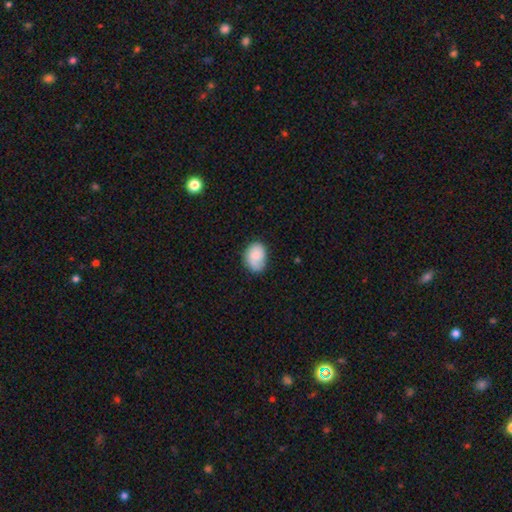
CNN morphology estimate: A smooth galaxy with no disk features (83%) that is in between round and cigar-shaped (75%).

Vote fractions:
- Smooth or featured? smooth: 83% / featured or disk: 10% / star or artifact: 7%
- How rounded? in between: 75% / round: 24% / cigar-shaped: 1%
- Merging? none: 60% / minor disturbance: 31% / major disturbance: 7% / merger: 2%